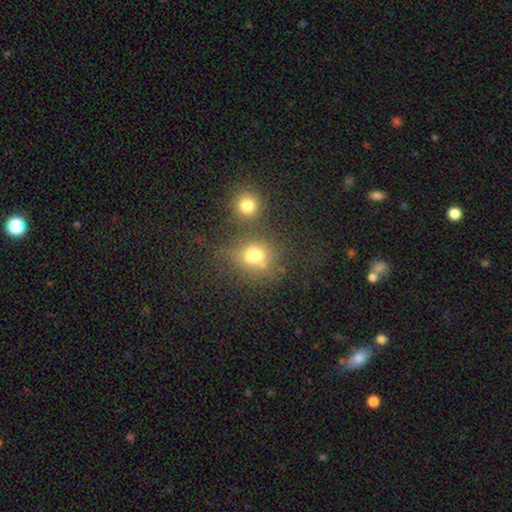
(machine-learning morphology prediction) The model was most divided on "merging": none: 42%, merger: 36%, minor disturbance: 13%, major disturbance: 10%. More confident: smooth or featured — smooth (67%); how rounded — round (65%).